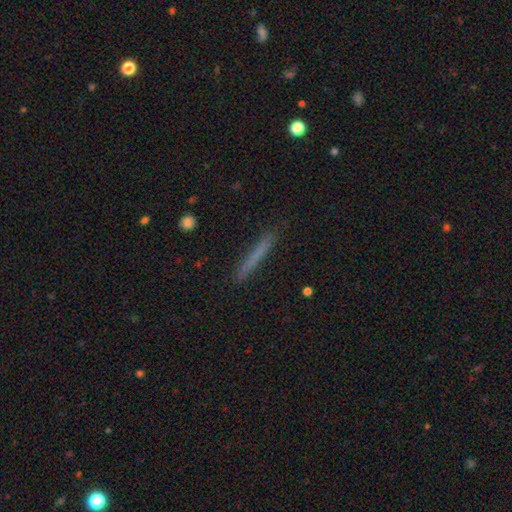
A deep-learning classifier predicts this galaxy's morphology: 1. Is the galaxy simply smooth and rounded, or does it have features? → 66% smooth, 27% featured or disk, 7% star or artifact.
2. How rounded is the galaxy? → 96% cigar-shaped, 2% in between, 1% round.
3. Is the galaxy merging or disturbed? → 90% none, 7% minor disturbance, 2% major disturbance, 1% merger.